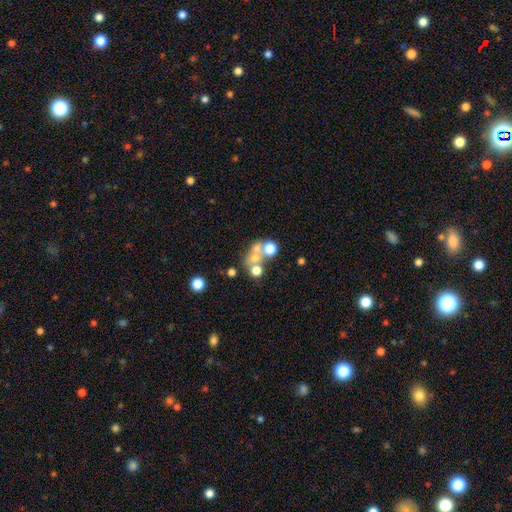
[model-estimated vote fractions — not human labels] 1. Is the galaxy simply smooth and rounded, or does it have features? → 50% smooth, 30% featured or disk, 20% star or artifact.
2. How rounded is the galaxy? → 73% round, 25% in between, 2% cigar-shaped.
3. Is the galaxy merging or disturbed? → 50% merger, 35% none, 8% minor disturbance, 7% major disturbance.